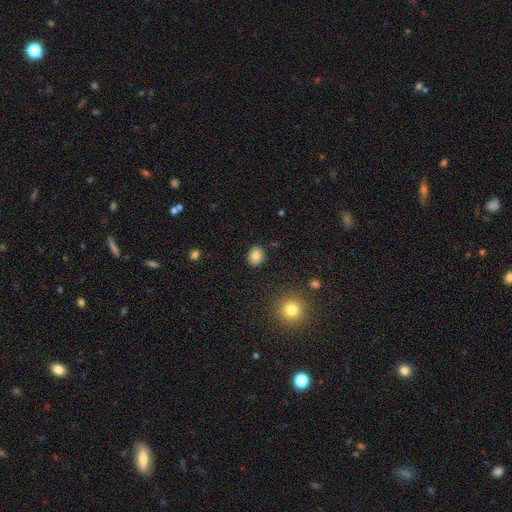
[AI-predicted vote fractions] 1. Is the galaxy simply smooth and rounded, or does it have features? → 82% smooth, 11% star or artifact, 7% featured or disk.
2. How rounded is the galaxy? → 69% round, 30% in between, 1% cigar-shaped.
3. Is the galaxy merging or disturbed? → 89% none, 8% minor disturbance, 2% major disturbance, 2% merger.